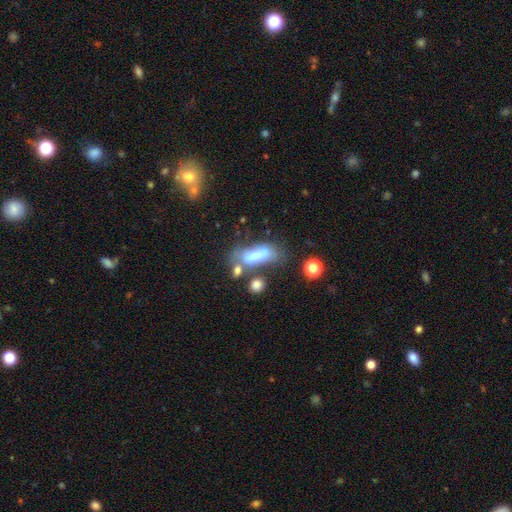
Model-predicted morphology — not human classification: Smooth or featured? Predicted: smooth (p=0.53). How rounded? Predicted: in between (p=0.76). Merging? Predicted: none (p=0.36).